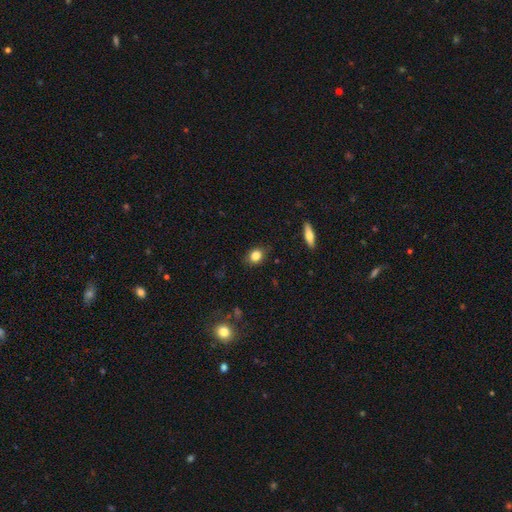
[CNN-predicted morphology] Overall: smooth (84%). How rounded: in between (51%; round 47%). Merging: none (83%).